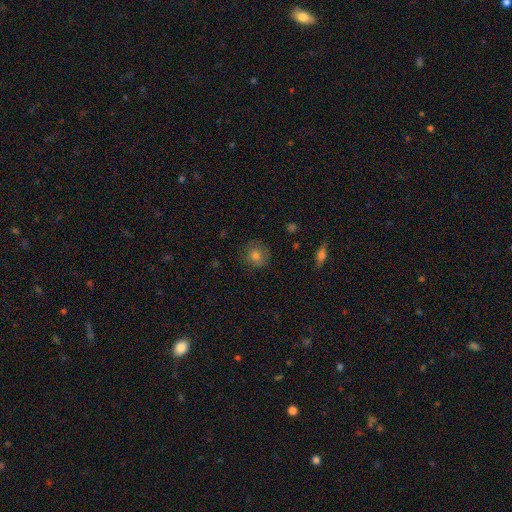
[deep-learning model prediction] Overall: smooth (77%). How rounded: round (85%). Merging: none (82%).